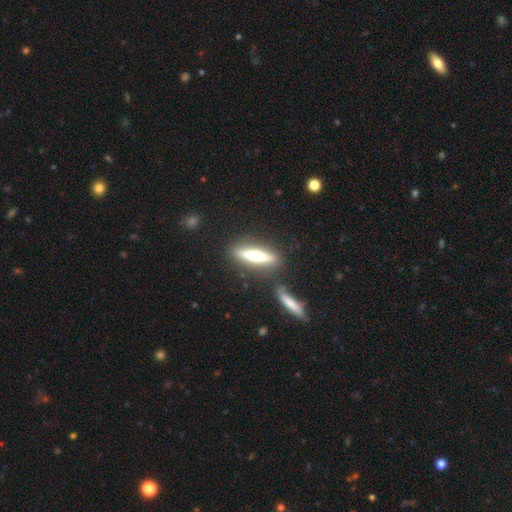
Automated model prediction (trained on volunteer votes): This is possibly a featured or disk galaxy (48%). Merging: likely none (74%).